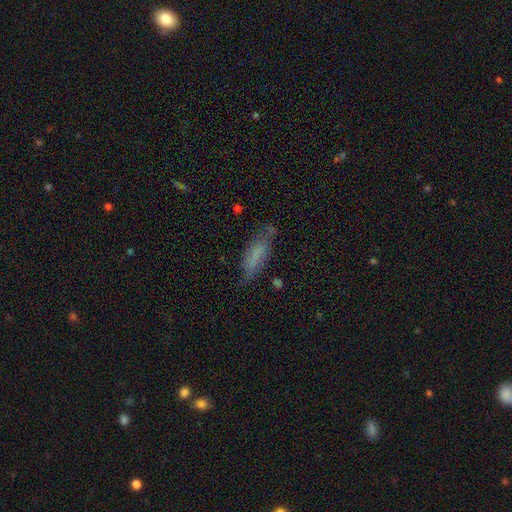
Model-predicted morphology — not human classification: This appears to be a smooth galaxy with no disk features (67%) that is cigar-shaped (55%). Merging: none (65%).